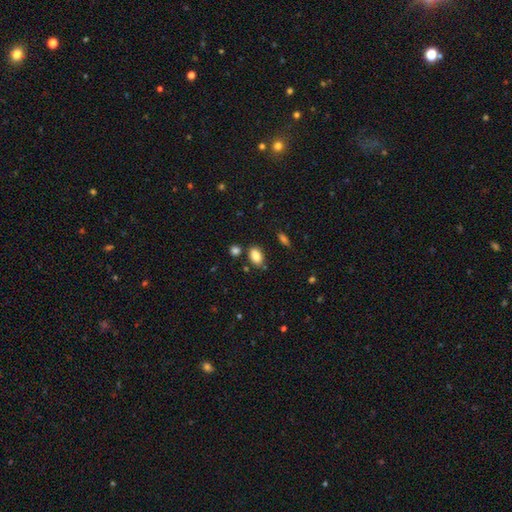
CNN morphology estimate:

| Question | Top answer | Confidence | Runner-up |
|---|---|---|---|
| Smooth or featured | smooth | 86% | star or artifact (9%) |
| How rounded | in between | 89% | round (10%) |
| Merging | none | 79% | minor disturbance (12%) |